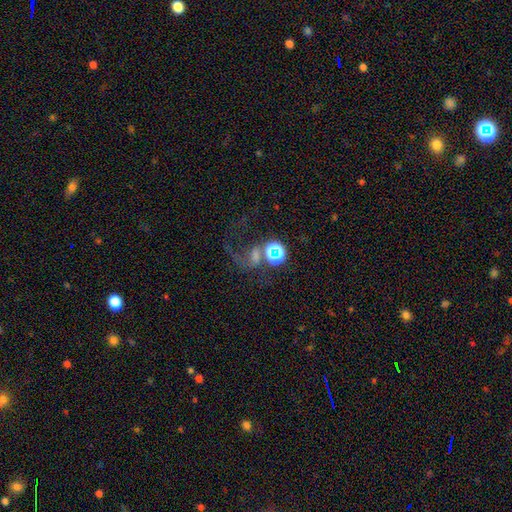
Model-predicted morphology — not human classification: type=star or artifact (44%).